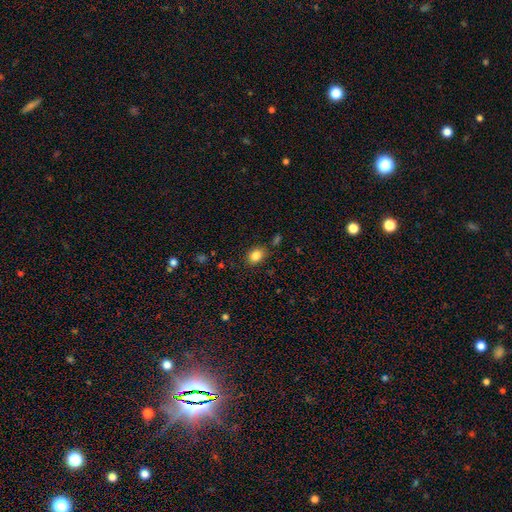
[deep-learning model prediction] smooth_or_featured: smooth (p=0.85) [alt: star or artifact p=0.10]
how_rounded: in between (p=0.60) [alt: round p=0.39]
merging: none (p=0.80) [alt: minor disturbance p=0.13]